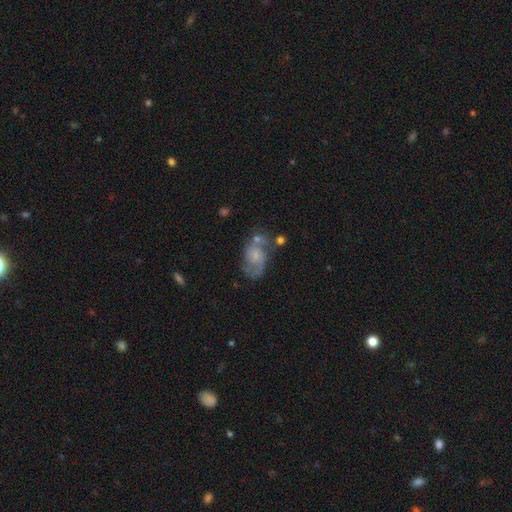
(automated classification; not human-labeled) featured or disk 67%, smooth 23%, star or artifact 9%. Down the decision tree: edge-on disk — no (97%); bar — no (65%); spiral arms — yes (84%); spiral arm count — 2 (74%); spiral winding — medium (48%); bulge size — small (53%); merging — none (44%).